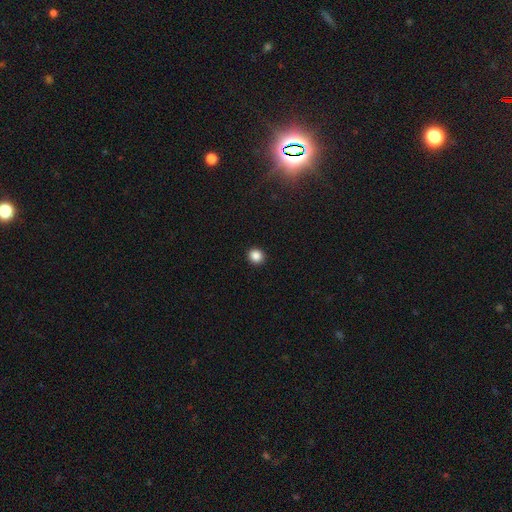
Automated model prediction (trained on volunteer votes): smooth-or-featured: smooth: 86% | star or artifact: 10% | featured or disk: 3%
  how-rounded: round: 88% | in between: 11% | cigar-shaped: 1%
  merging: none: 93% | minor disturbance: 4% | major disturbance: 2% | merger: 1%